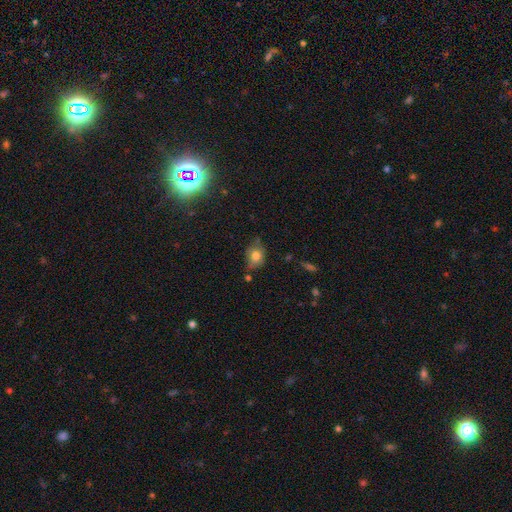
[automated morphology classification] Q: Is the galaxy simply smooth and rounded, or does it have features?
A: smooth — 75%.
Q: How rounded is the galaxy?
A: in between — 52%.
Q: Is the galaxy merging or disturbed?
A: none — 56%.